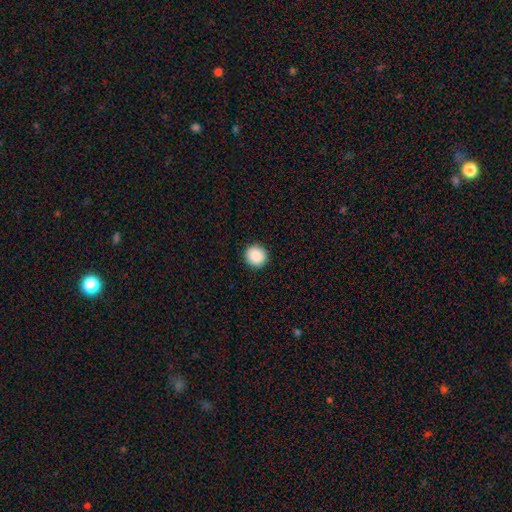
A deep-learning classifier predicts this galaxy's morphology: This appears to be a smooth galaxy with no disk features (89%) that is round (93%). Merging: none (93%).